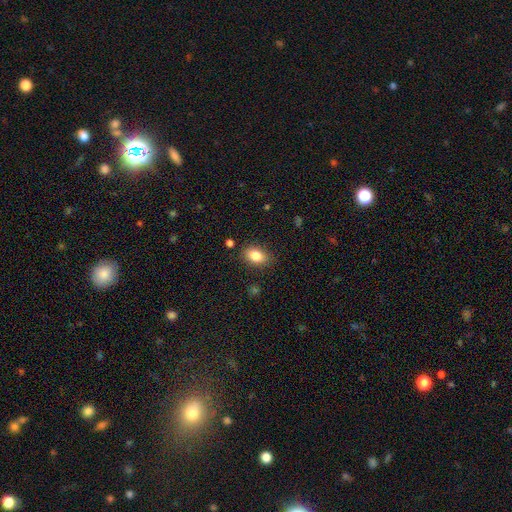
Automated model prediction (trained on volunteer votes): Overall: smooth (84%). How rounded: in between (81%). Merging: none (83%).